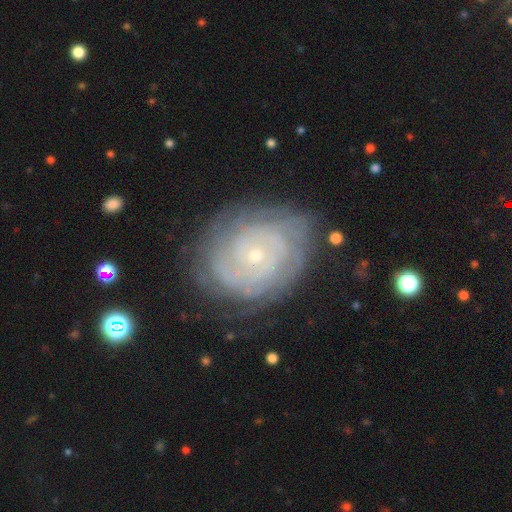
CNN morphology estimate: This is clearly a featured or disk galaxy (83%). It is clearly not viewed edge-on (97%). Bar: clearly no (82%). Spiral arm pattern: clearly yes (94%). Spiral arm count: marginally can't tell (41%). Spiral winding: clearly tight (83%). Central bulge: likely small (79%). Merging: likely none (77%).